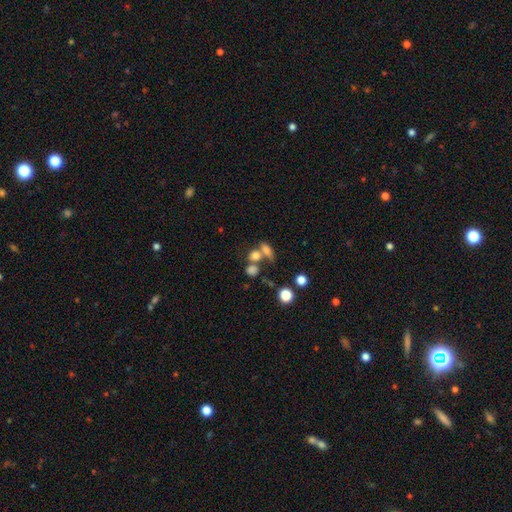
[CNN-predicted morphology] smooth_or_featured: smooth (p=0.72) [alt: star or artifact p=0.14]
how_rounded: round (p=0.49) [alt: in between p=0.46]
merging: merger (p=0.43) [alt: none p=0.39]